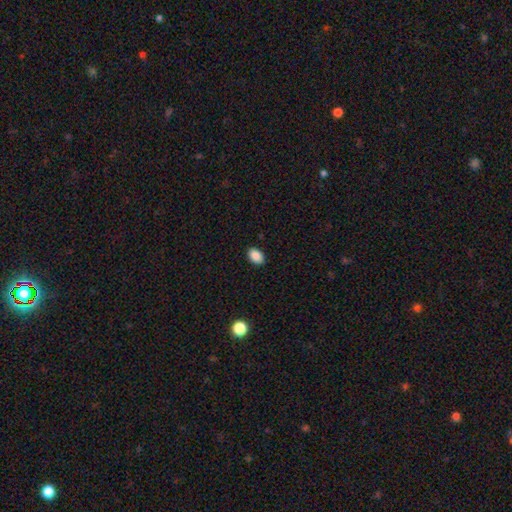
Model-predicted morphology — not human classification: Smooth or featured? smooth (88%)
How rounded? in between (84%)
Merging? none (89%)